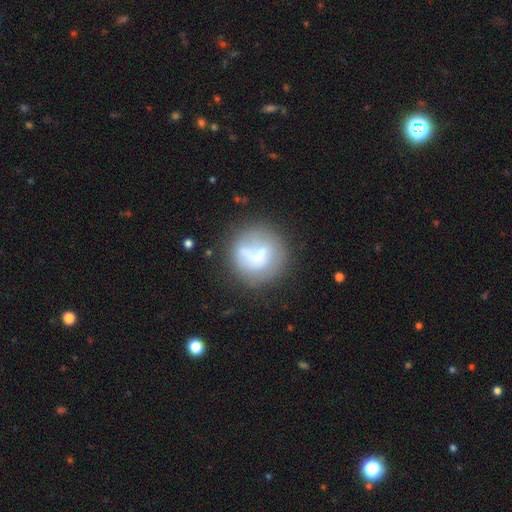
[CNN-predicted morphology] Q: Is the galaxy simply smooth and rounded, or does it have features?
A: smooth — 56%.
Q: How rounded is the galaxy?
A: round — 88%.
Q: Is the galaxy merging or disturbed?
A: none — 54%.